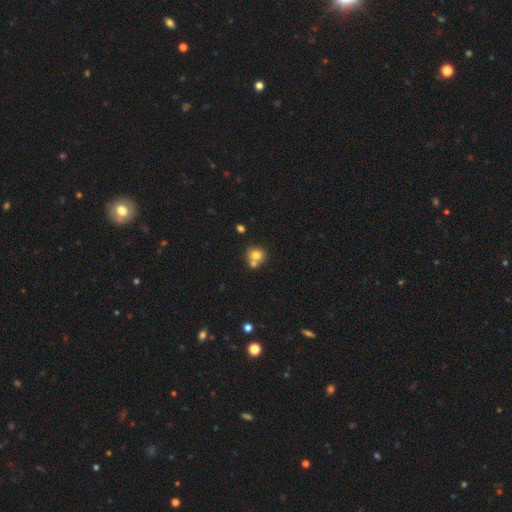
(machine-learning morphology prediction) Smooth or featured: smooth — 77% (featured or disk — 12%)
How rounded: round — 81% (in between — 18%)
Merging: none — 46% (merger — 42%)